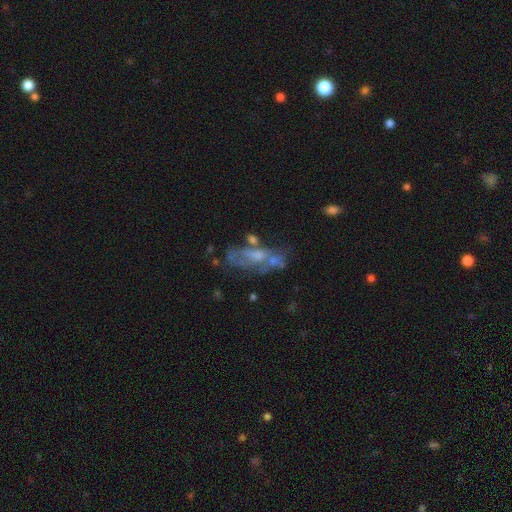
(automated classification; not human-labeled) Smooth or featured? Predicted: featured or disk (p=0.58). Edge-on disk? Predicted: no (p=0.87). Bar? Predicted: no (p=0.73). Spiral arms? Predicted: no (p=0.69). Bulge size? Predicted: moderate (p=0.35). Merging? Predicted: none (p=0.35).